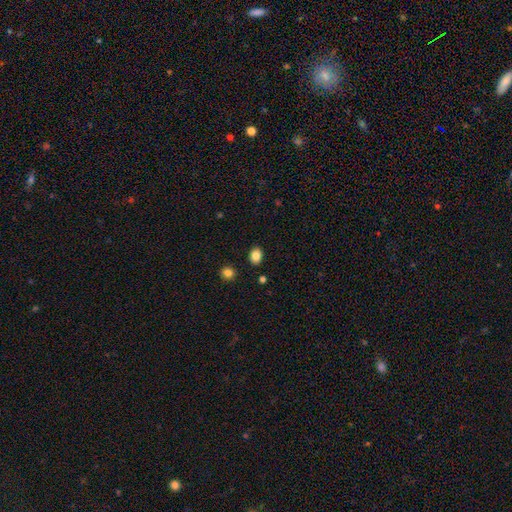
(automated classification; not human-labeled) Overall: smooth (84%). How rounded: in between (68%; round 31%). Merging: none (88%).